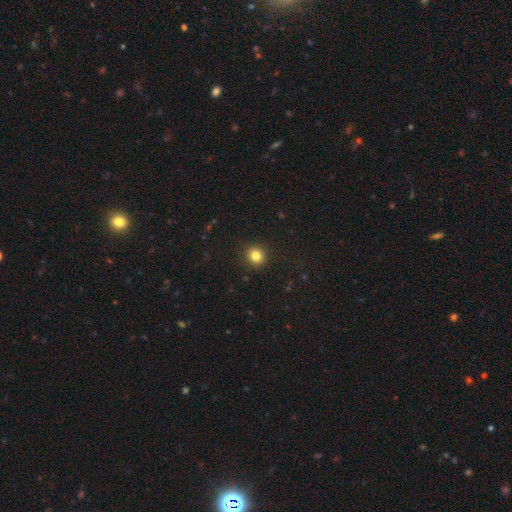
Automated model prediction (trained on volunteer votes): smooth_or_featured: smooth (p=0.83) [alt: star or artifact p=0.12]
how_rounded: round (p=0.89) [alt: in between p=0.10]
merging: none (p=0.91) [alt: minor disturbance p=0.06]